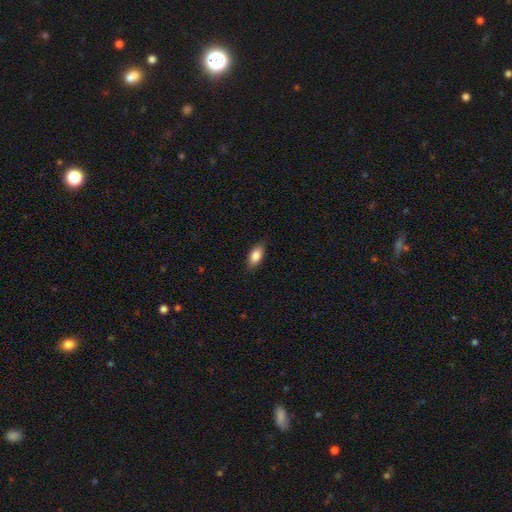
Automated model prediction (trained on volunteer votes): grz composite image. It shows a smooth galaxy with no disk features (85%) that is in between round and cigar-shaped (88%). Merging: none (83%).